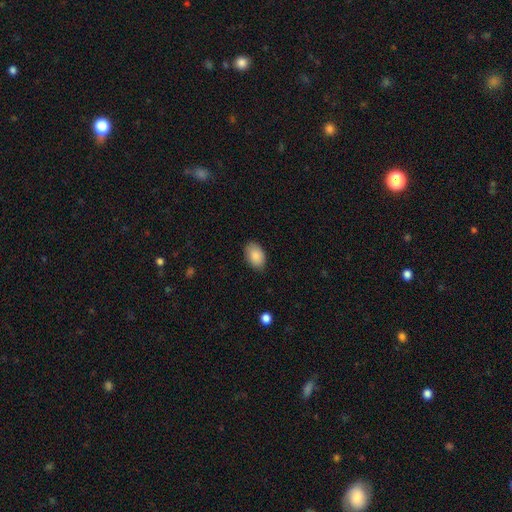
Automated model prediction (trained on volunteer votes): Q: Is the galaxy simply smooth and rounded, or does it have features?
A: smooth — 88%.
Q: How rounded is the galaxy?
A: in between — 91%.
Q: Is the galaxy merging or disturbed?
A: none — 85%.